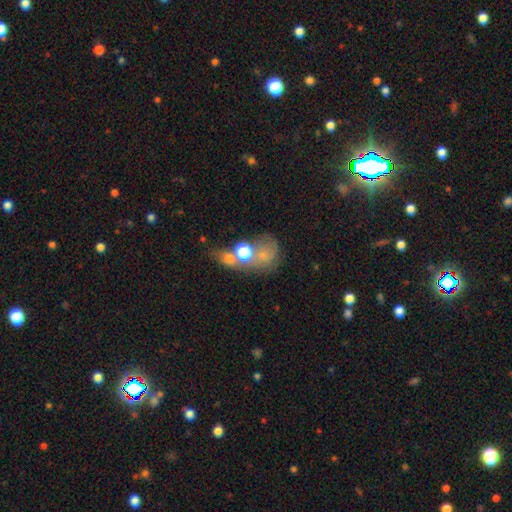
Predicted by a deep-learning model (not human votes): Smooth or featured? Predicted: smooth (p=0.40). Merging? Predicted: merger (p=0.48).